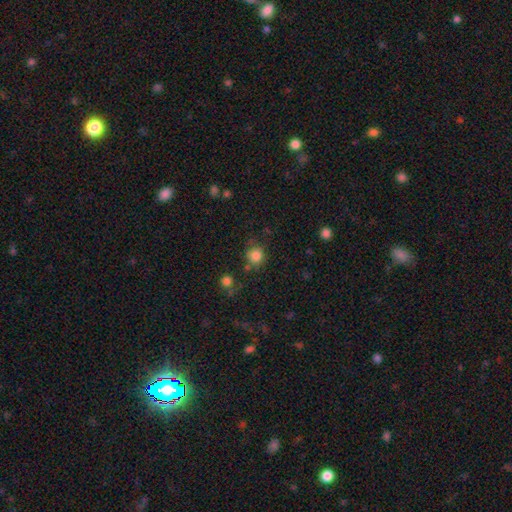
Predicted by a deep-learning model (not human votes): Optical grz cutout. It shows a smooth galaxy with no disk features (83%) that is round (87%). Merging: none (74%).